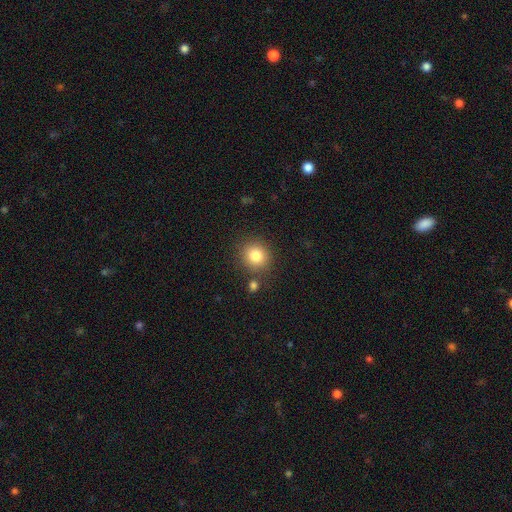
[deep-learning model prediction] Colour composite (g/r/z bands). It shows a smooth galaxy with no disk features (83%) that is round (87%). Merging: none (81%).